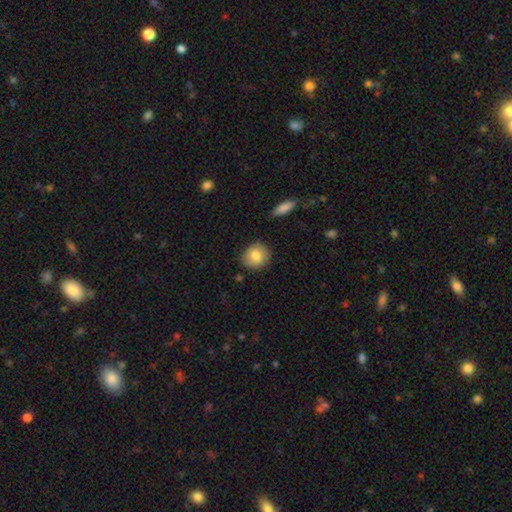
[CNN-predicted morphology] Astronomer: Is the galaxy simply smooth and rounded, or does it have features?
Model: smooth — 82%.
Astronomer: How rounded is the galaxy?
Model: round — 82%.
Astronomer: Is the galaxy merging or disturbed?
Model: none — 85%.